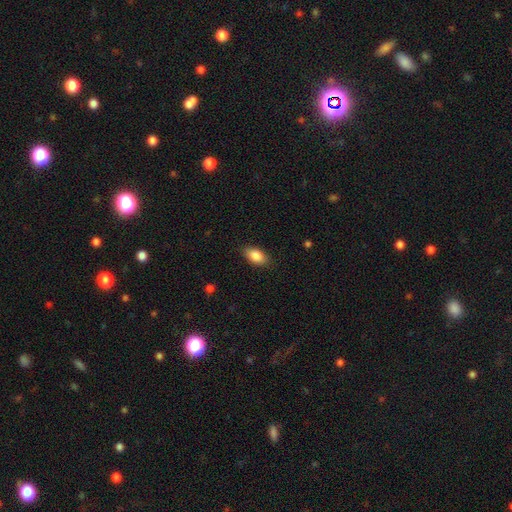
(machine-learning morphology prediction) A smooth galaxy with no disk features (87%) that is in between round and cigar-shaped (91%).

Vote fractions:
- Smooth or featured? smooth: 87% / star or artifact: 7% / featured or disk: 6%
- How rounded? in between: 91% / round: 5% / cigar-shaped: 4%
- Merging? none: 85% / minor disturbance: 11% / major disturbance: 3% / merger: 1%